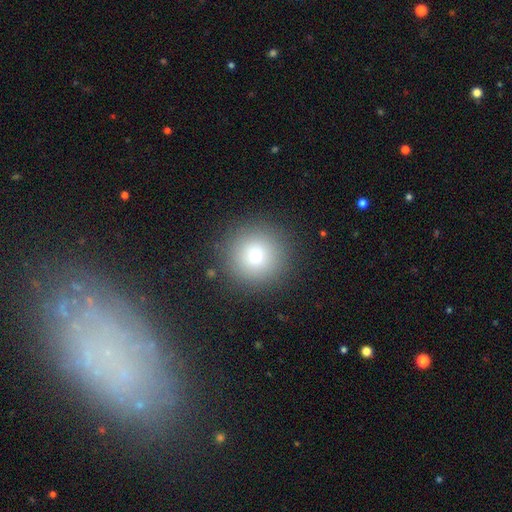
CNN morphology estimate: This is likely a smooth galaxy (73%). How rounded: clearly round (96%). Merging: clearly none (90%).